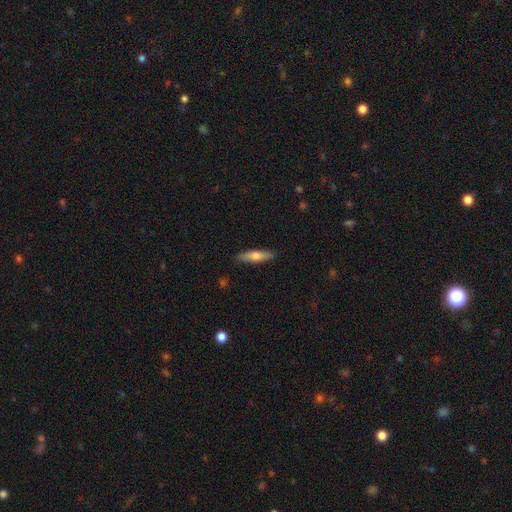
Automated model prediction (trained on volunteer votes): The model was most divided on "smooth or featured": smooth: 62%, featured or disk: 32%, star or artifact: 6%. More confident: merging — none (88%); how rounded — cigar-shaped (75%).